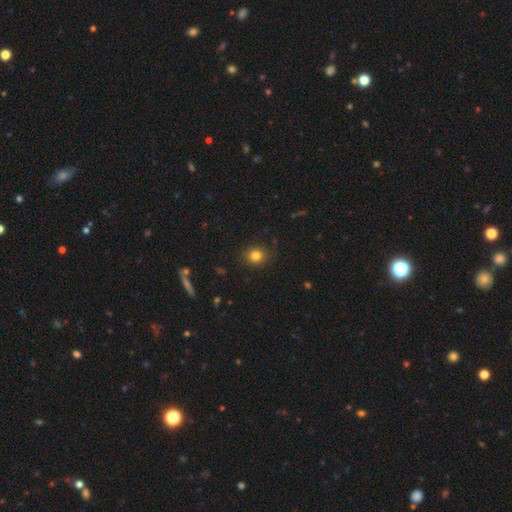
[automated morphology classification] smooth_or_featured: smooth (p=0.82) [alt: star or artifact p=0.12]
how_rounded: round (p=0.78) [alt: in between p=0.21]
merging: none (p=0.88) [alt: minor disturbance p=0.09]